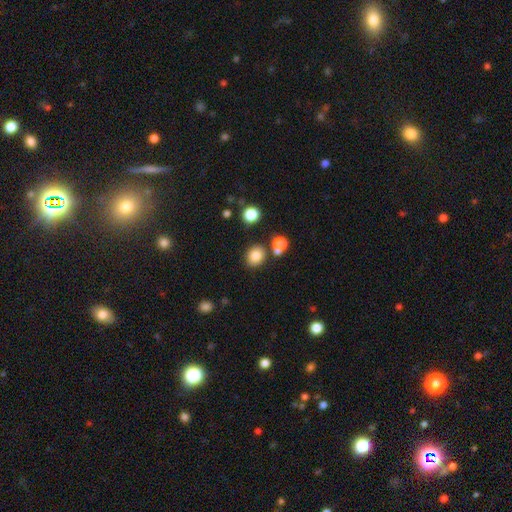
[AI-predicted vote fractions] This is clearly a smooth galaxy (81%). How rounded: likely round (61%). Merging: likely none (75%).